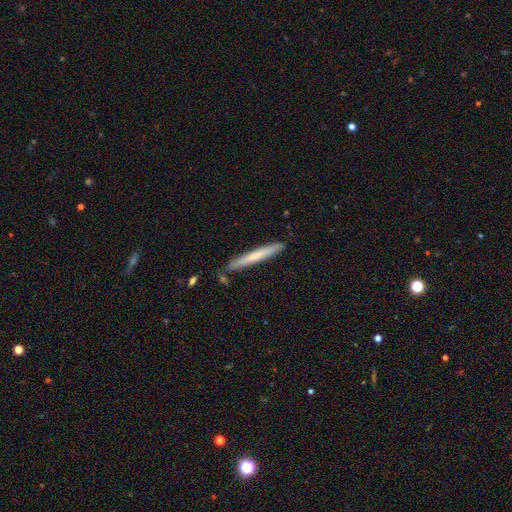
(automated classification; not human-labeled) smooth-or-featured: smooth: 61% | featured or disk: 33% | star or artifact: 5%
  how-rounded: cigar-shaped: 97% | in between: 2% | round: 1%
  merging: none: 85% | minor disturbance: 10% | merger: 3% | major disturbance: 2%